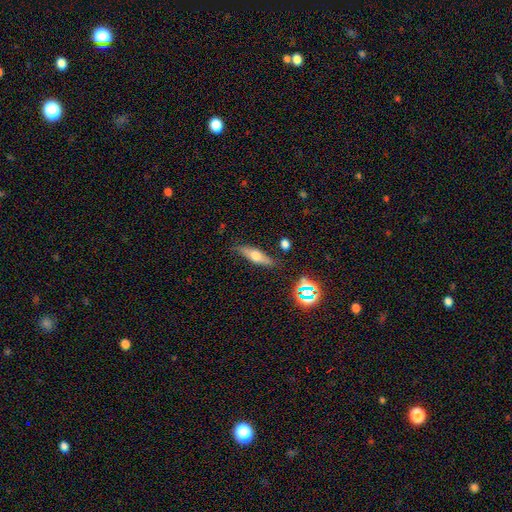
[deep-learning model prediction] The model was most divided on "smooth or featured": smooth: 49%, featured or disk: 42%, star or artifact: 9%. More confident: merging — none (77%).